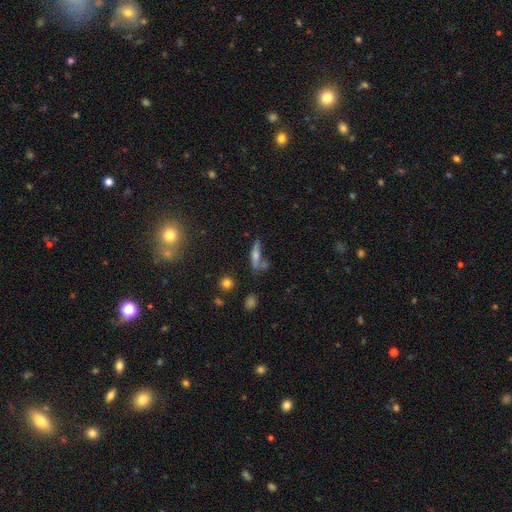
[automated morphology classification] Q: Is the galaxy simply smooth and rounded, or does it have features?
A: smooth — 51%.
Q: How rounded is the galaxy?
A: cigar-shaped — 67%.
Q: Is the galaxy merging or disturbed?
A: none — 46%.